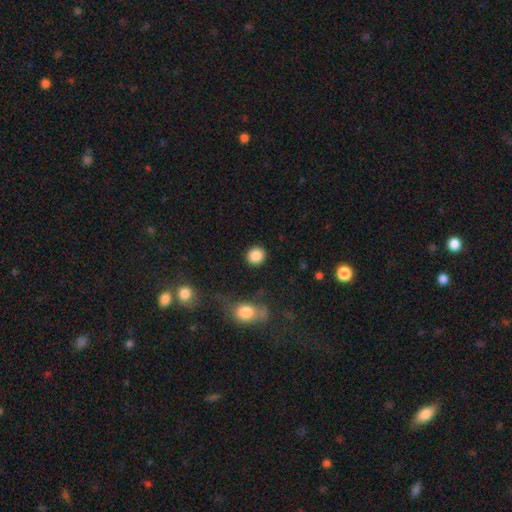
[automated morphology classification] A smooth galaxy with no disk features (87%) that is round (89%). Merging: none (89%).